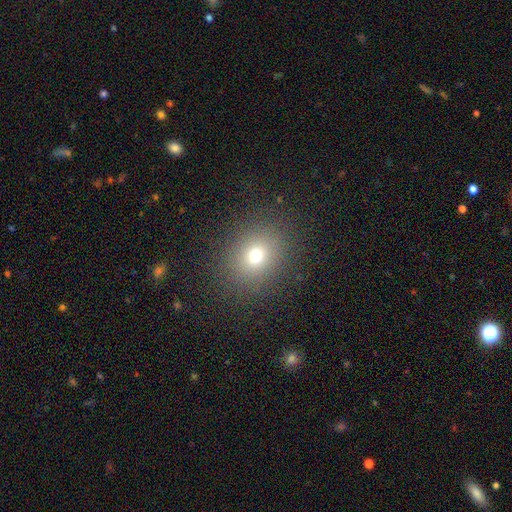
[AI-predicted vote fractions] This appears to be a smooth galaxy with no disk features (70%) that is round (63%). Merging: none (86%).